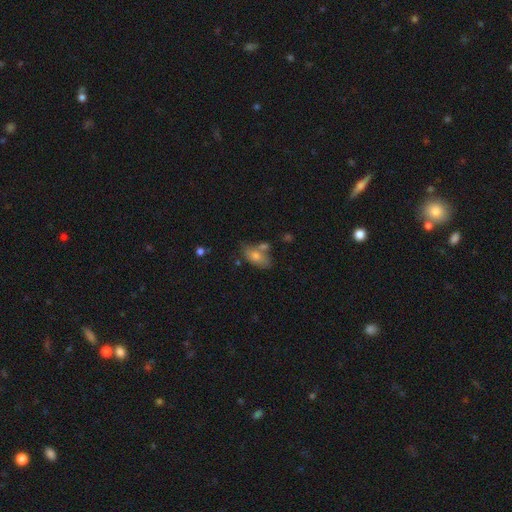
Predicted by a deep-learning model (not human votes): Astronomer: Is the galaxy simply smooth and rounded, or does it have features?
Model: smooth — 72%.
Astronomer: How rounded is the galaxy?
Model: in between — 88%.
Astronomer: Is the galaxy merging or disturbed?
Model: none — 53%.